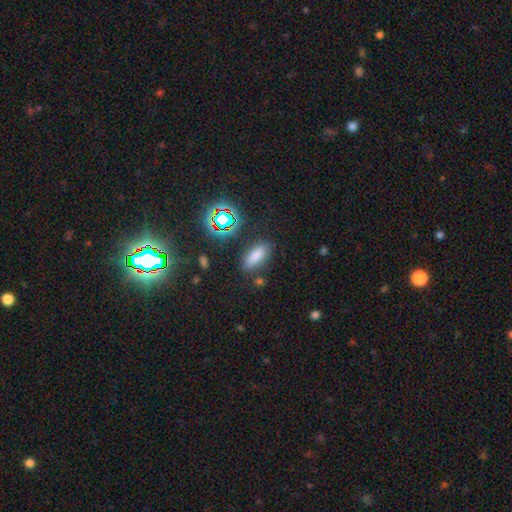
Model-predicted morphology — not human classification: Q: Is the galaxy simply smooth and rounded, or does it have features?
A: smooth — 74%.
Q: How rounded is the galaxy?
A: in between — 73%.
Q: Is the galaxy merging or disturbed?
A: none — 79%.